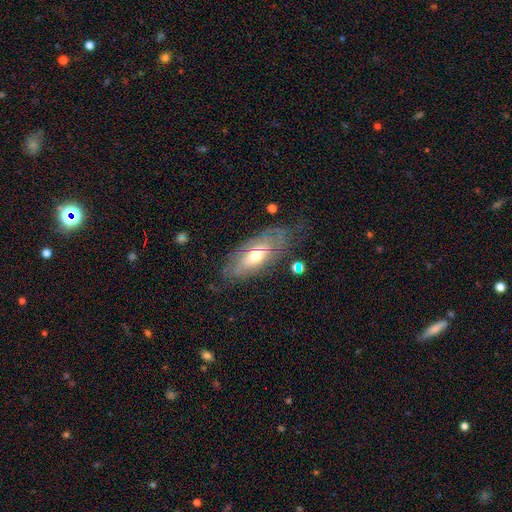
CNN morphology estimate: Smooth or featured?
  - featured or disk: 57% *
  - smooth: 36%
  - star or artifact: 7%
Edge-on disk?
  - no: 79% *
  - yes: 21%
Merging?
  - none: 58% *
  - minor disturbance: 25%
  - major disturbance: 15%
  - merger: 2%